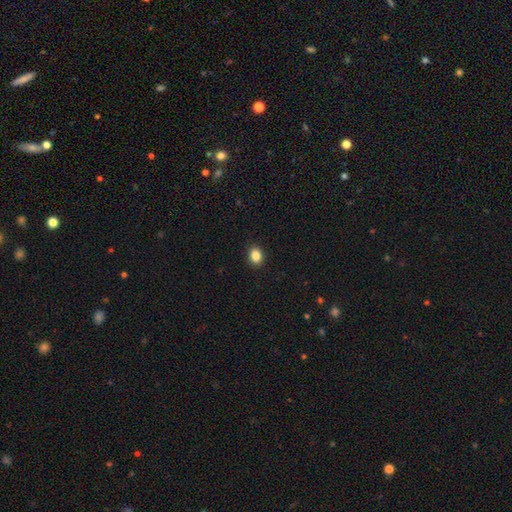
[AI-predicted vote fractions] Smooth or featured? Predicted: smooth (p=0.86). How rounded? Predicted: in between (p=0.57). Merging? Predicted: none (p=0.91).